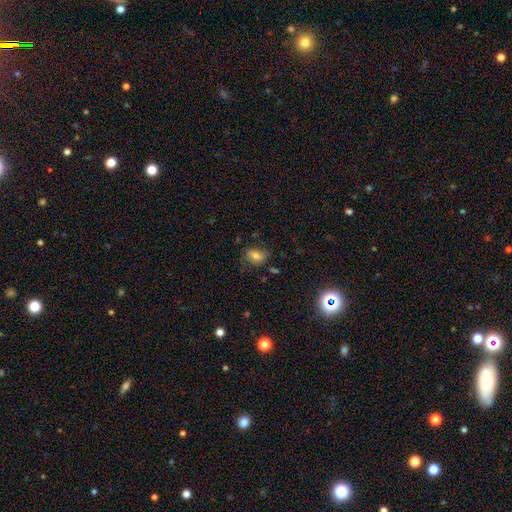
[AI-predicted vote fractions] Smooth or featured? smooth (68%)
How rounded? in between (70%)
Merging? none (65%)